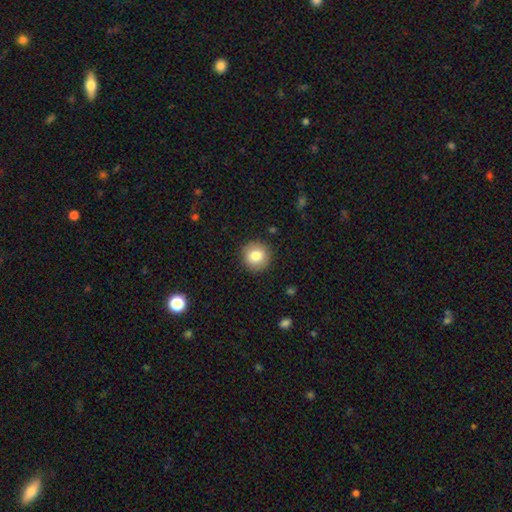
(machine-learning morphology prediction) smooth-or-featured: smooth: 83% | star or artifact: 9% | featured or disk: 9%
  how-rounded: round: 93% | in between: 6% | cigar-shaped: 1%
  merging: none: 90% | minor disturbance: 7% | major disturbance: 2% | merger: 1%